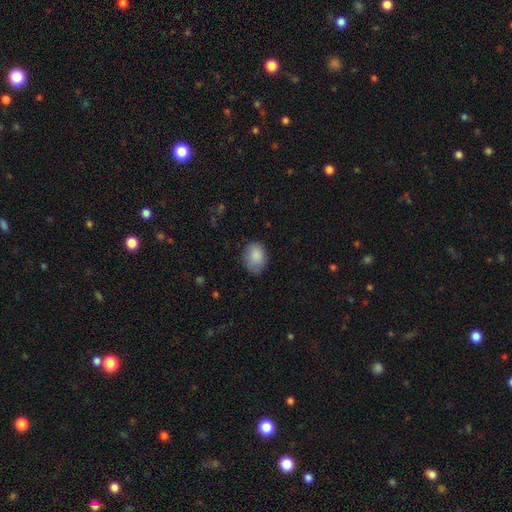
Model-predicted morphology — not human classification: A smooth galaxy with no disk features (87%) that is in between round and cigar-shaped (67%). Merging: none (73%).